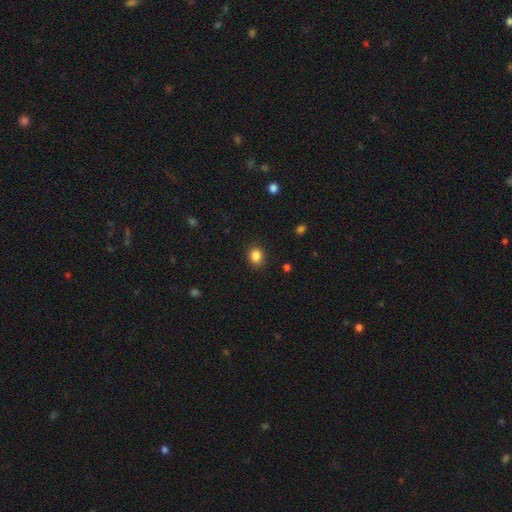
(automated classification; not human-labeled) Smooth or featured?
  - smooth: 85% *
  - star or artifact: 11%
  - featured or disk: 4%
How rounded?
  - round: 68% *
  - in between: 31%
  - cigar-shaped: 1%
Merging?
  - none: 90% *
  - minor disturbance: 7%
  - major disturbance: 2%
  - merger: 1%